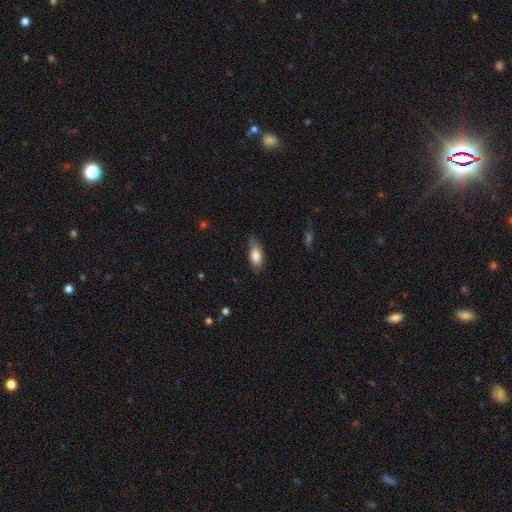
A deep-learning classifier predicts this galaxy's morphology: smooth_or_featured: smooth (p=0.81) [alt: featured or disk p=0.12]
how_rounded: in between (p=0.88) [alt: cigar-shaped p=0.09]
merging: none (p=0.67) [alt: minor disturbance p=0.26]